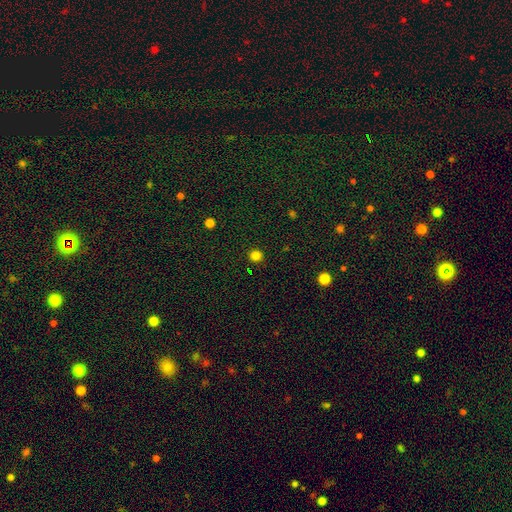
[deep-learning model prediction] A smooth galaxy with no disk features (82%) that is round (93%). Merging: none (91%).